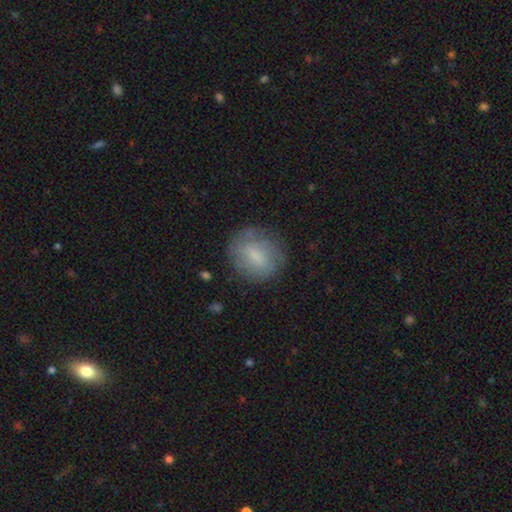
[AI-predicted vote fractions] A smooth galaxy with no disk features (64%) that is round (64%). Merging: none (71%).